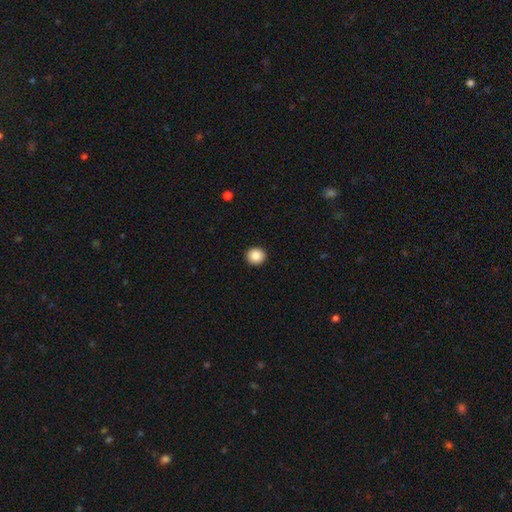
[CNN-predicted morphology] This appears to be a smooth galaxy with no disk features (88%) that is round (91%). Merging: none (93%).